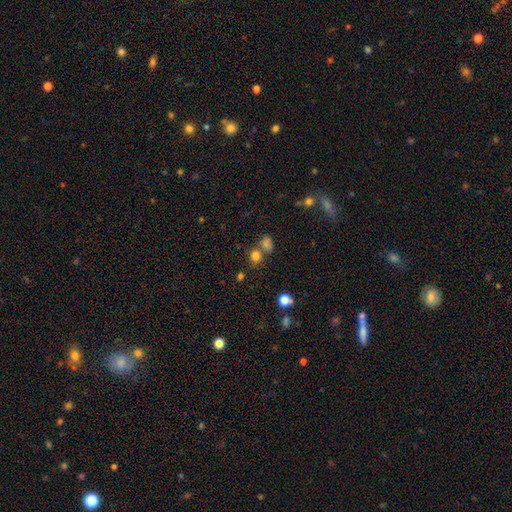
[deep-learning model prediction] Smooth or featured? smooth (76%)
How rounded? round (75%)
Merging? none (61%)